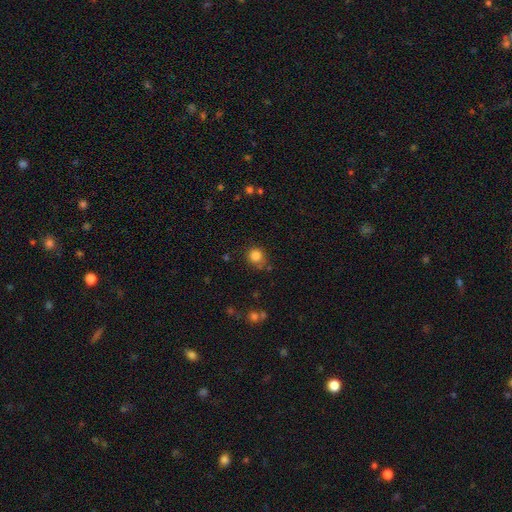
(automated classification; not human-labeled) smooth_or_featured: smooth (p=0.83) [alt: star or artifact p=0.11]
how_rounded: round (p=0.87) [alt: in between p=0.13]
merging: none (p=0.74) [alt: minor disturbance p=0.17]